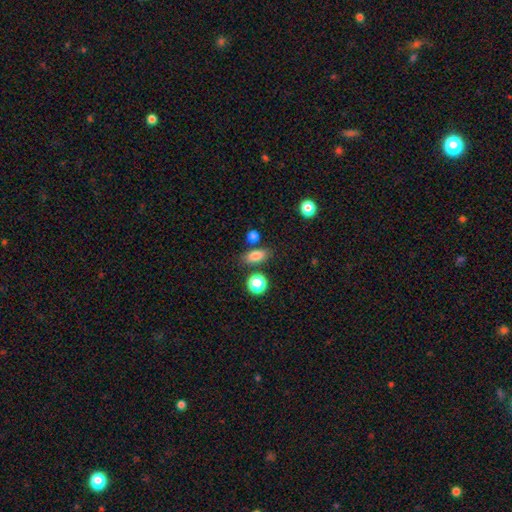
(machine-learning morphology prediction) Smooth or featured? smooth (81%)
How rounded? in between (79%)
Merging? none (77%)